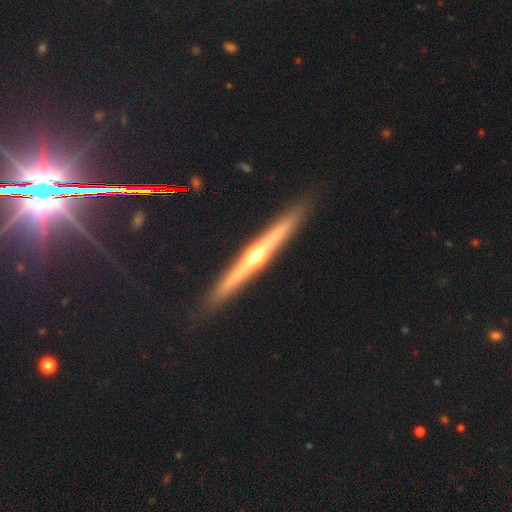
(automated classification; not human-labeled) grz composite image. It shows a featured or disk galaxy (76%) viewed edge-on (98%) with a rounded central bulge (92%). Merging: none (91%).